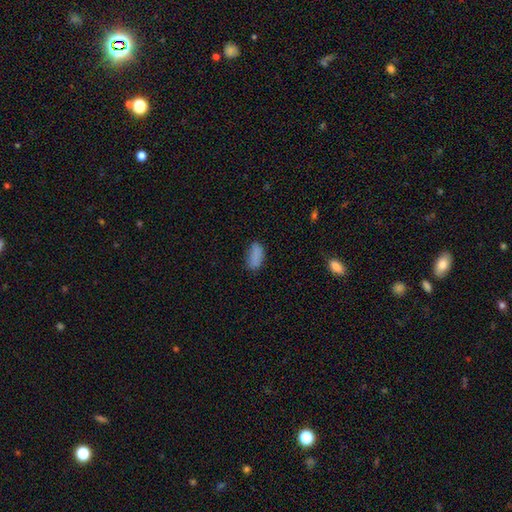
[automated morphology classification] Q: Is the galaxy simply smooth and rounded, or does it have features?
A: smooth — 85%.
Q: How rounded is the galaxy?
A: in between — 92%.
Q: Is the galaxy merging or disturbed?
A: none — 72%.